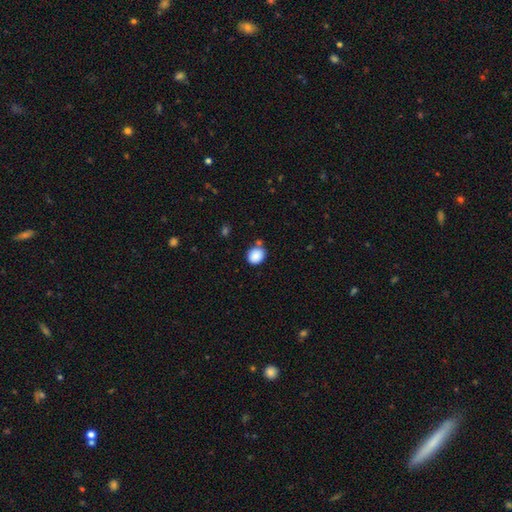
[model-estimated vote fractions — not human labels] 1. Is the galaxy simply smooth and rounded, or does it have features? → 88% smooth, 8% star or artifact, 4% featured or disk.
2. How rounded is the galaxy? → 71% round, 29% in between, 1% cigar-shaped.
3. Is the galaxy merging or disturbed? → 74% none, 13% minor disturbance, 10% merger, 3% major disturbance.